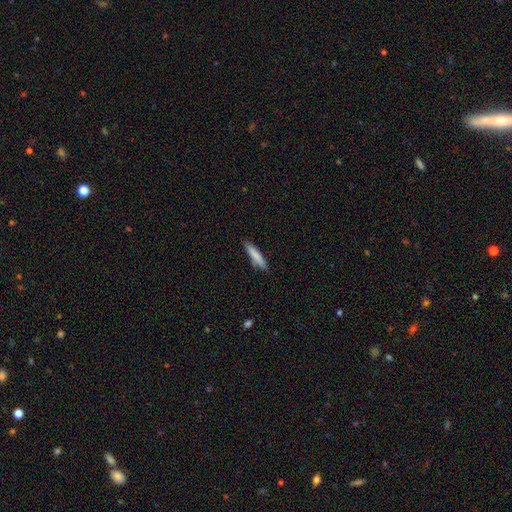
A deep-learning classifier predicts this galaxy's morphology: smooth-or-featured: smooth: 79% | featured or disk: 15% | star or artifact: 6%
  how-rounded: cigar-shaped: 88% | in between: 11% | round: 1%
  merging: none: 83% | minor disturbance: 13% | major disturbance: 2% | merger: 2%